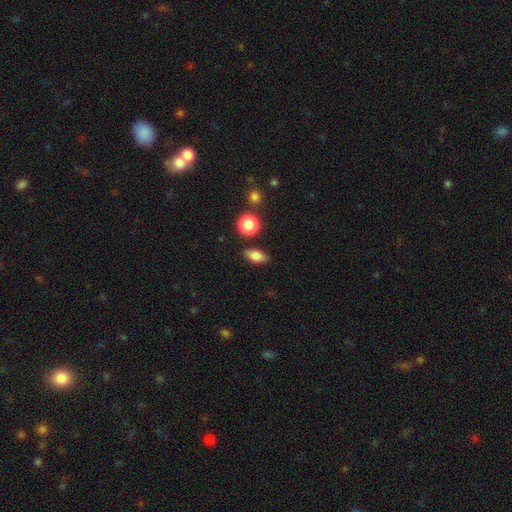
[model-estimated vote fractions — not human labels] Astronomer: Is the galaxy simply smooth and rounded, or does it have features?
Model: smooth — 80%.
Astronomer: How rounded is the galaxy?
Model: in between — 81%.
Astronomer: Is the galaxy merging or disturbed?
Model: none — 84%.